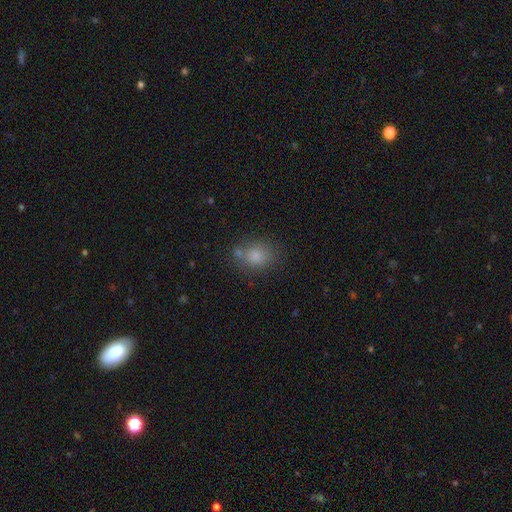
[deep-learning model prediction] smooth_or_featured: smooth (p=0.81) [alt: star or artifact p=0.12]
how_rounded: round (p=0.64) [alt: in between p=0.35]
merging: none (p=0.69) [alt: minor disturbance p=0.14]